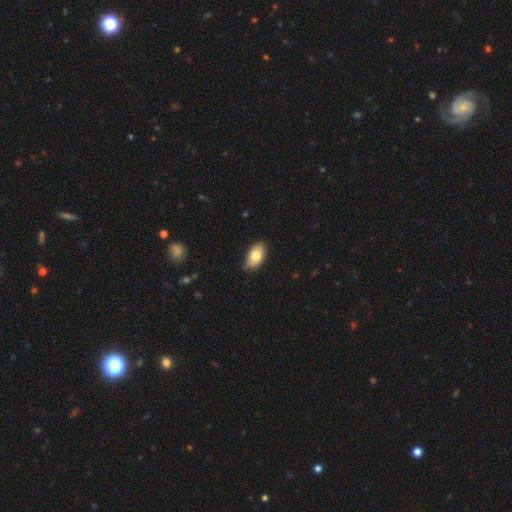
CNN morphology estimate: smooth 78%, featured or disk 15%, star or artifact 7%. Down the decision tree: how rounded — in between (93%); merging — none (79%).